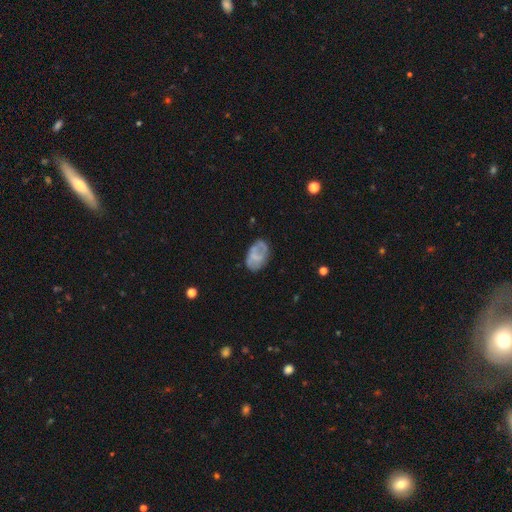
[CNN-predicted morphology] type=smooth (49%); merging=none (60%).